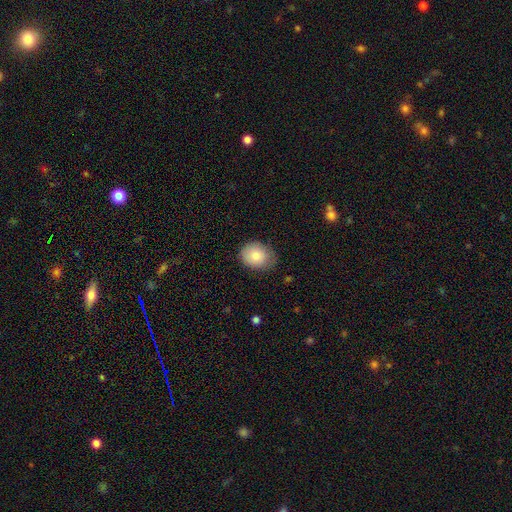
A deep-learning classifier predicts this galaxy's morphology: The model was most divided on "how rounded": round: 52%, in between: 47%, cigar-shaped: 1%. More confident: smooth or featured — smooth (83%); merging — none (71%).